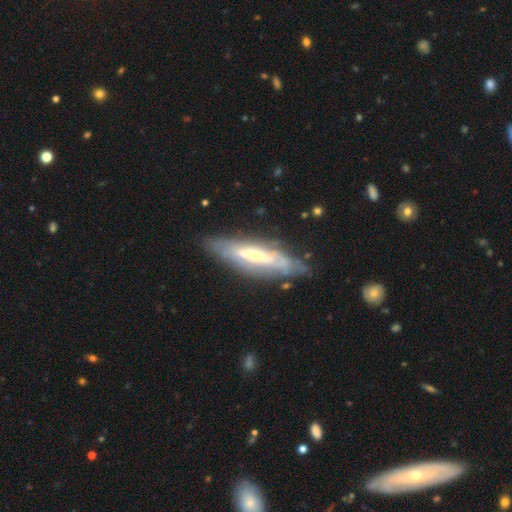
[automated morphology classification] featured or disk 68%, smooth 26%, star or artifact 6%. Down the decision tree: edge-on disk — no (54%); merging — none (71%).